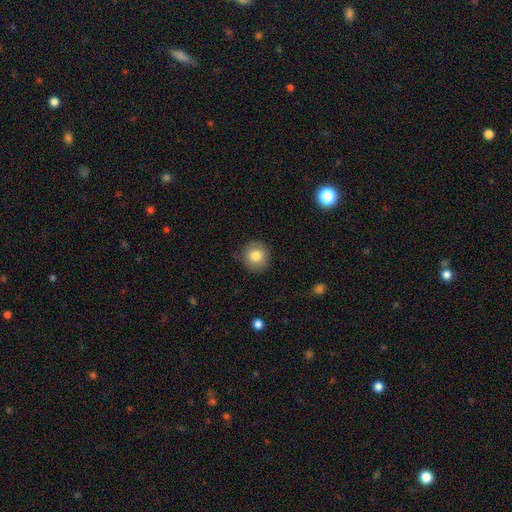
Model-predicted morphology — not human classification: The model was most divided on "smooth or featured": smooth: 81%, featured or disk: 10%, star or artifact: 9%. More confident: how rounded — round (92%); merging — none (85%).